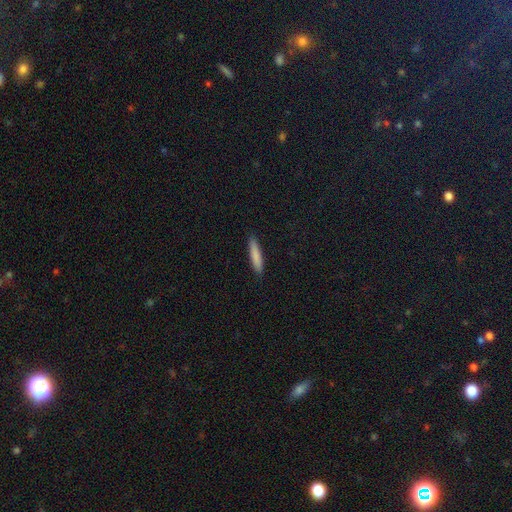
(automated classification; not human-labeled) A smooth galaxy with no disk features (84%) that is cigar-shaped (88%).

Vote fractions:
- Smooth or featured? smooth: 84% / featured or disk: 11% / star or artifact: 6%
- How rounded? cigar-shaped: 88% / in between: 10% / round: 1%
- Merging? none: 90% / minor disturbance: 7% / major disturbance: 2% / merger: 1%